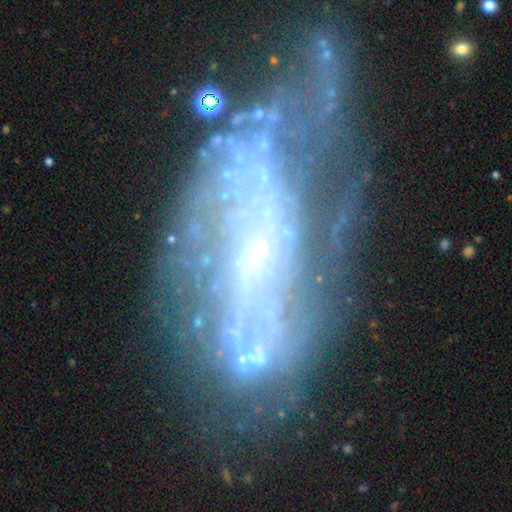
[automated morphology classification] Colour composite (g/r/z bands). It shows a featured or disk galaxy (78%) with no bar (68%), tight (45%) spiral arms (71%) and a small central bulge (79%). Merging: none (40%).